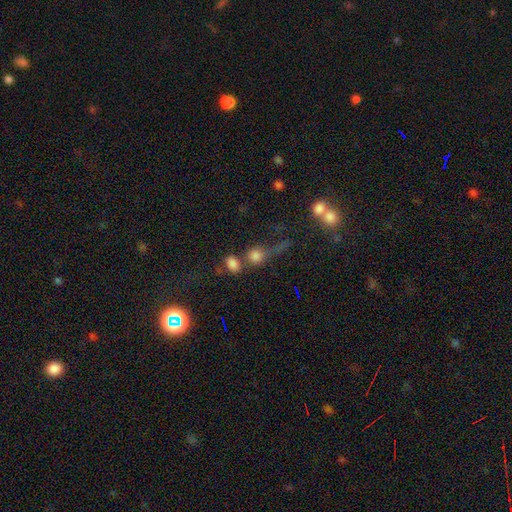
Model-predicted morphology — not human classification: smooth 75%, star or artifact 15%, featured or disk 10%. Down the decision tree: how rounded — round (68%); merging — merger (41%).